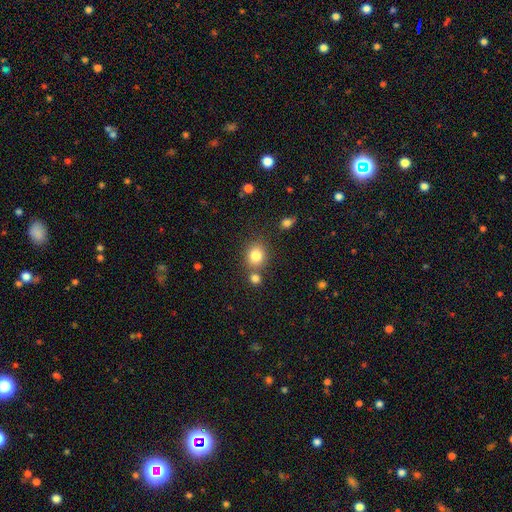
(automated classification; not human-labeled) Q: Smooth or featured?
A: smooth (81%); runner-up: star or artifact (11%)
Q: How rounded?
A: round (72%); runner-up: in between (27%)
Q: Merging?
A: none (66%); runner-up: merger (20%)